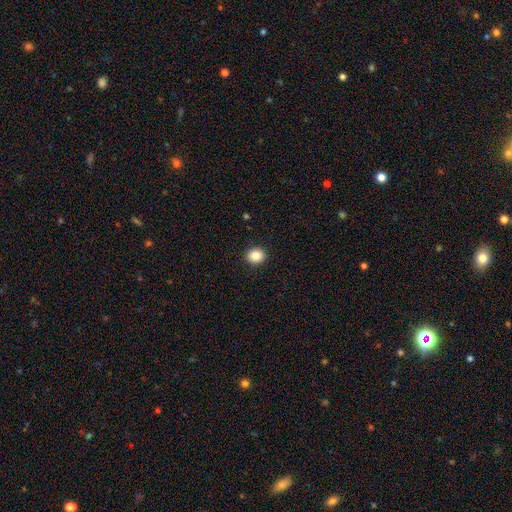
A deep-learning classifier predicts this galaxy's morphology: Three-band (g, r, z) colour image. It shows a smooth galaxy with no disk features (85%) that is round (80%). Merging: none (92%).